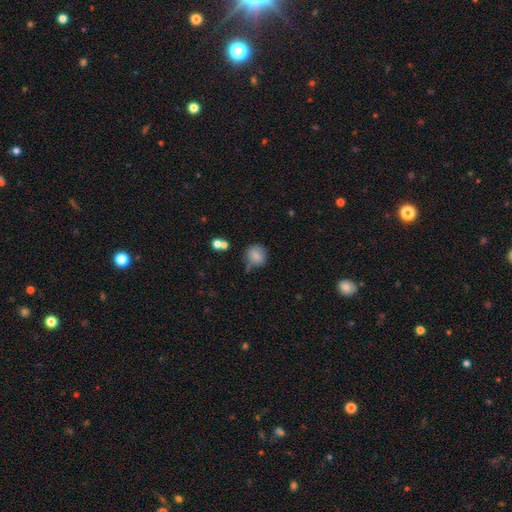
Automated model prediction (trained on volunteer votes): Smooth or featured? smooth (82%)
How rounded? round (86%)
Merging? none (64%)